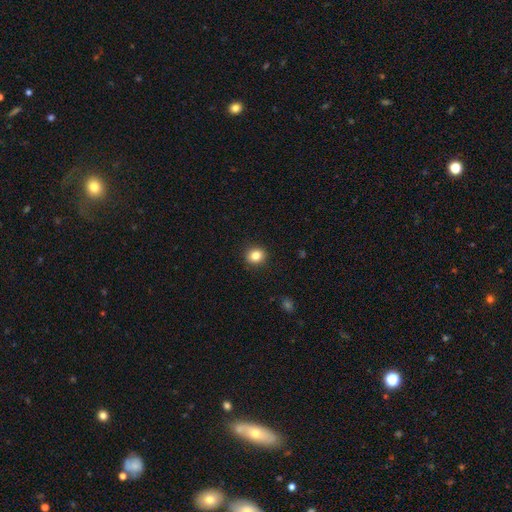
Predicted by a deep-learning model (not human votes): This is clearly a smooth galaxy (83%). How rounded: likely round (79%). Merging: clearly none (91%).